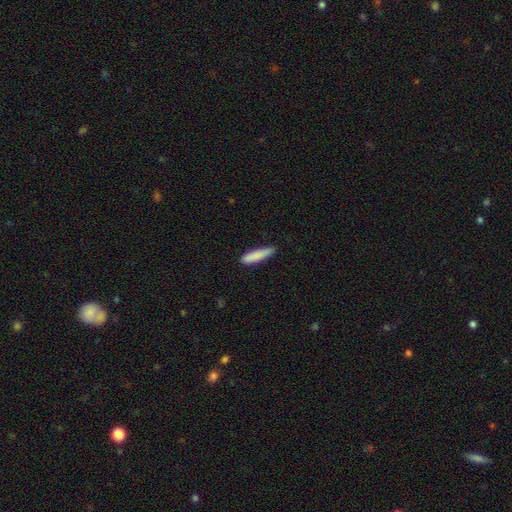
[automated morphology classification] Overall: smooth (85%). How rounded: cigar-shaped (82%). Merging: none (82%).